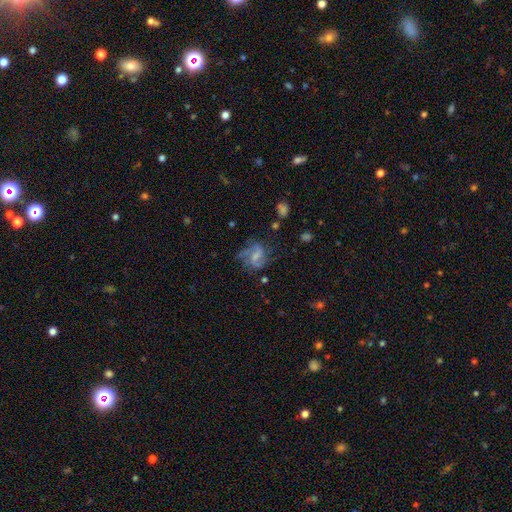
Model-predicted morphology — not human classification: Overall: featured or disk (63%; smooth 27%). Edge-on disk: no (97%). Bar: weak (49%; no 32%). Spiral arms: yes (83%). Spiral arm count: 2 (67%). Spiral winding: medium (46%; loose 38%). Bulge size: small (35%; none 31%). Merging: none (52%; minor disturbance 22%).